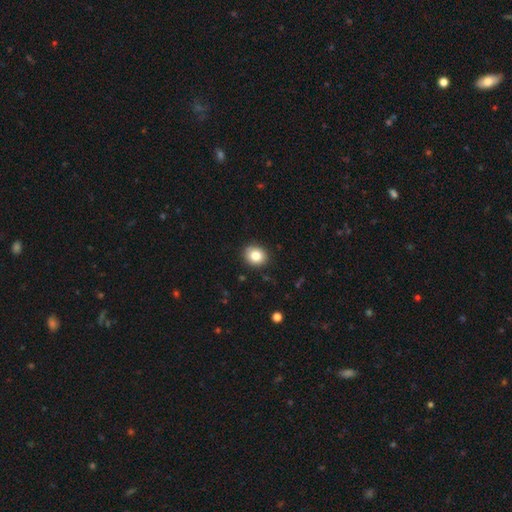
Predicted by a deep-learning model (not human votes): The model was most divided on "how rounded": round: 71%, in between: 28%, cigar-shaped: 1%. More confident: merging — none (89%); smooth or featured — smooth (82%).